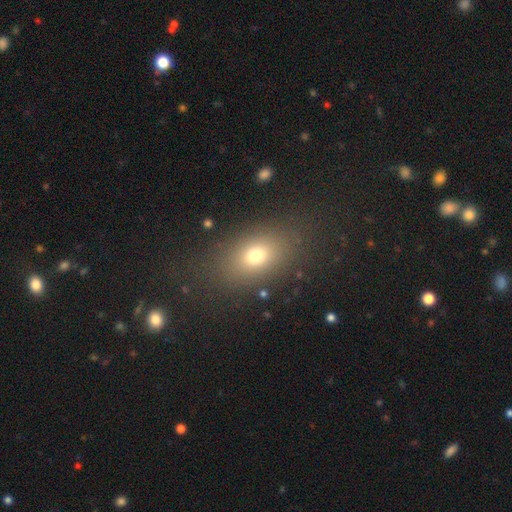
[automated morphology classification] smooth-or-featured: smooth: 72% | star or artifact: 15% | featured or disk: 13%
  how-rounded: in between: 73% | round: 24% | cigar-shaped: 2%
  merging: none: 80% | minor disturbance: 11% | major disturbance: 7% | merger: 2%